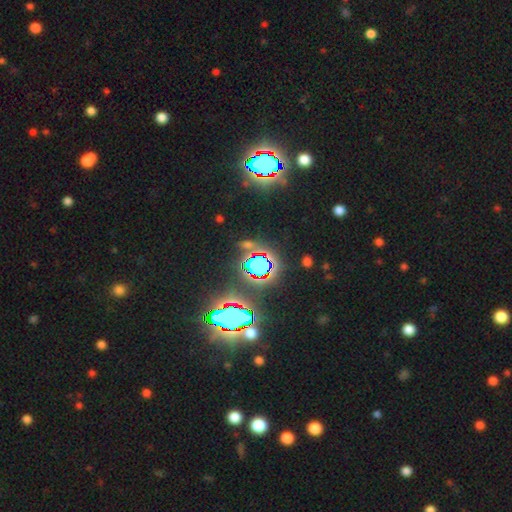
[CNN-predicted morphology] Smooth or featured: star or artifact — 84% (smooth — 10%)